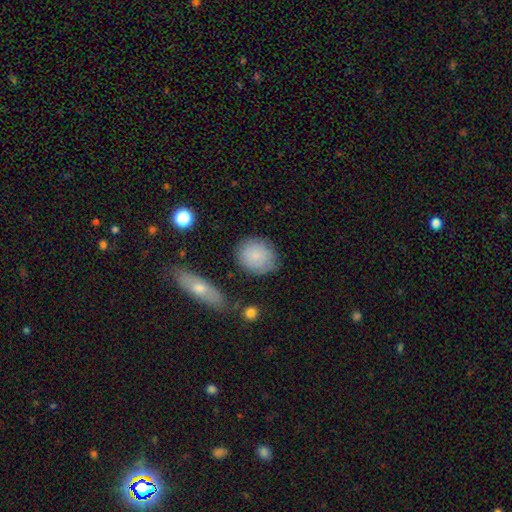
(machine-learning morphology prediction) Smooth or featured? Predicted: smooth (p=0.80). How rounded? Predicted: round (p=0.59). Merging? Predicted: none (p=0.77).